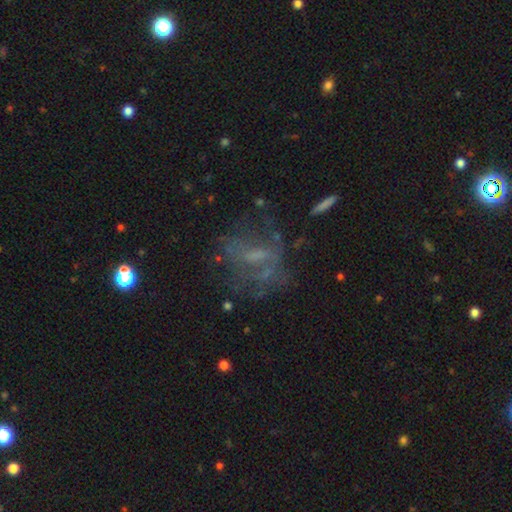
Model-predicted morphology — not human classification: Overall: featured or disk (53%; star or artifact 24%). Edge-on disk: no (93%). Merging: none (54%; major disturbance 25%).